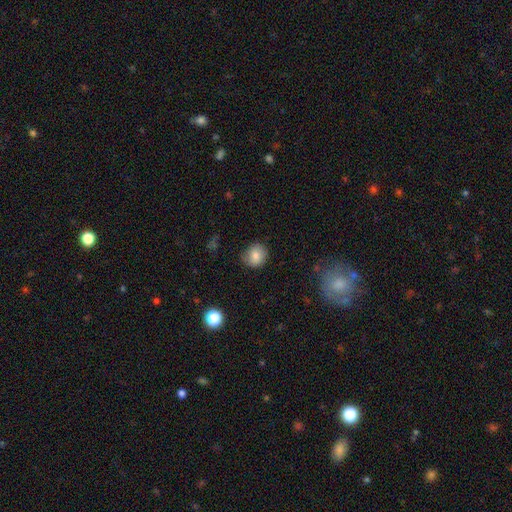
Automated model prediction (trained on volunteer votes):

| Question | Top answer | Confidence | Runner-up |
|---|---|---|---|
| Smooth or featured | smooth | 82% | star or artifact (9%) |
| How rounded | round | 76% | in between (23%) |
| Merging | none | 79% | minor disturbance (16%) |